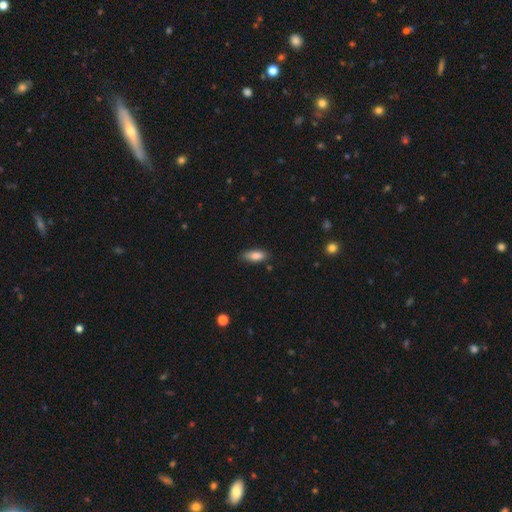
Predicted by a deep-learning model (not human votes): smooth_or_featured: smooth (p=0.84) [alt: featured or disk p=0.09]
how_rounded: in between (p=0.78) [alt: cigar-shaped p=0.20]
merging: none (p=0.80) [alt: minor disturbance p=0.16]